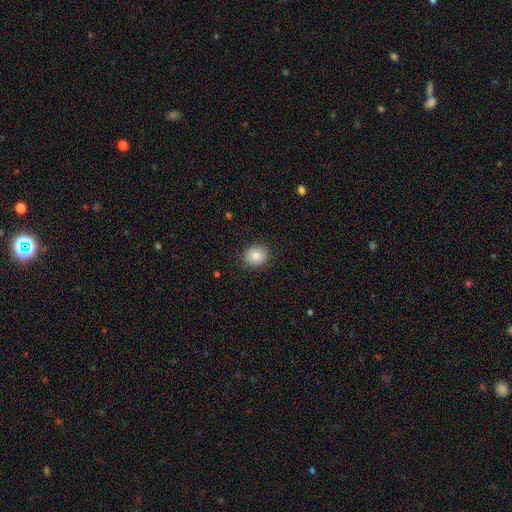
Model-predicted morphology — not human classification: smooth_or_featured: smooth (p=0.84) [alt: star or artifact p=0.09]
how_rounded: round (p=0.73) [alt: in between p=0.26]
merging: none (p=0.89) [alt: minor disturbance p=0.08]